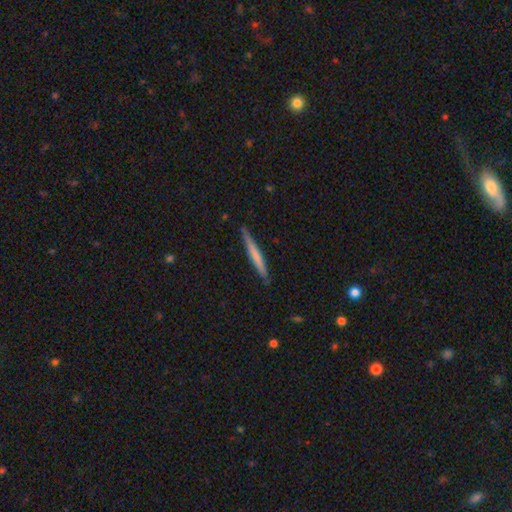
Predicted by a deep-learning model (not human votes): Morphology: type=smooth (57%); roundness=cigar-shaped (97%); merging=none (89%).